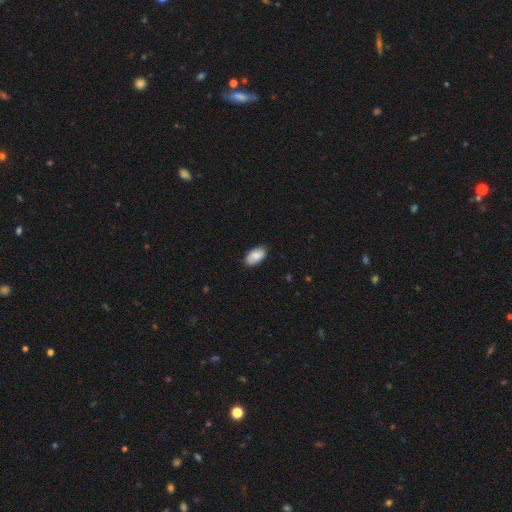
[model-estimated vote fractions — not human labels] smooth_or_featured: smooth (p=0.85) [alt: featured or disk p=0.09]
how_rounded: in between (p=0.95) [alt: round p=0.03]
merging: none (p=0.85) [alt: minor disturbance p=0.12]